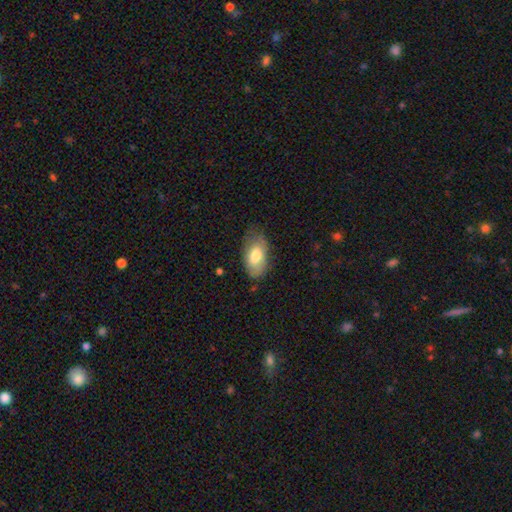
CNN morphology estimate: This appears to be a smooth galaxy with no disk features (75%) that is in between round and cigar-shaped (94%). Merging: none (64%).